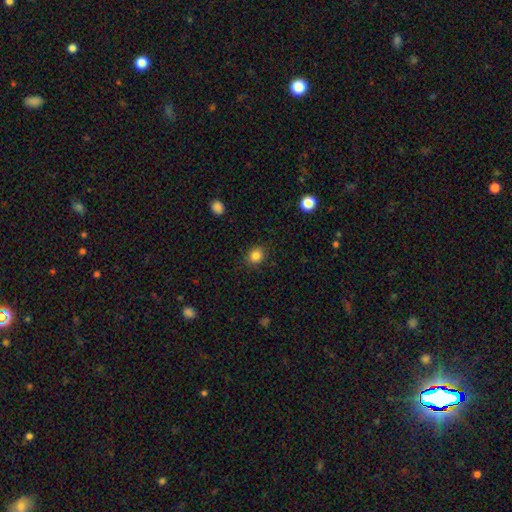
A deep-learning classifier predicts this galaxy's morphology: Overall: smooth (84%). How rounded: round (77%). Merging: none (88%).